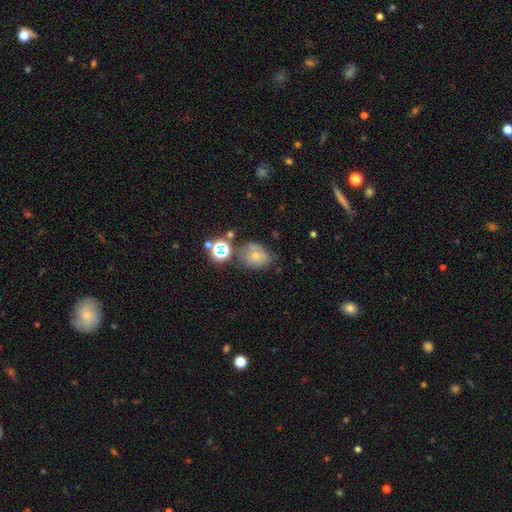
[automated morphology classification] Smooth or featured? smooth (63%)
How rounded? round (51%)
Merging? none (50%)